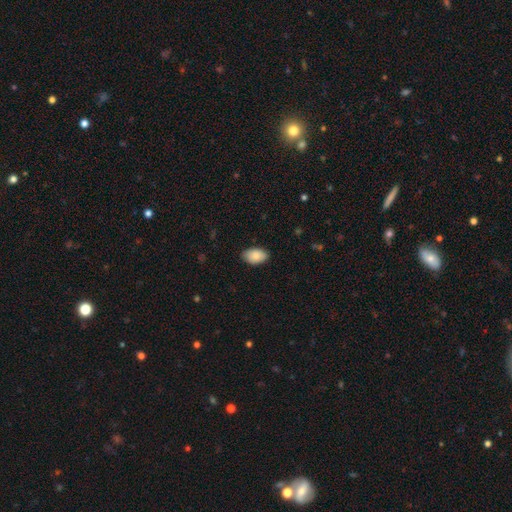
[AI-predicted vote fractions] Overall: smooth (88%). How rounded: in between (92%). Merging: none (84%).